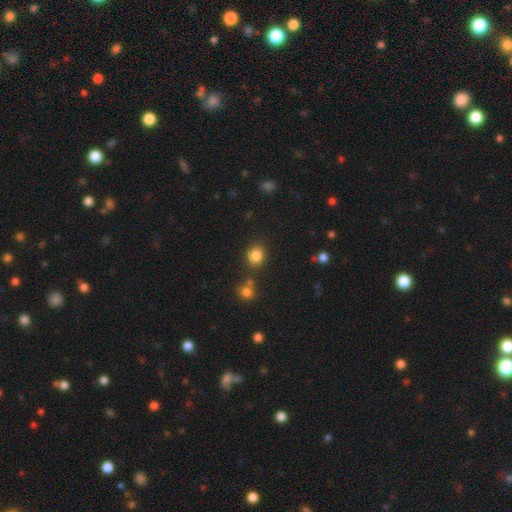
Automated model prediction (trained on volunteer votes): A smooth galaxy with no disk features (84%) that is round (70%). Merging: none (80%).